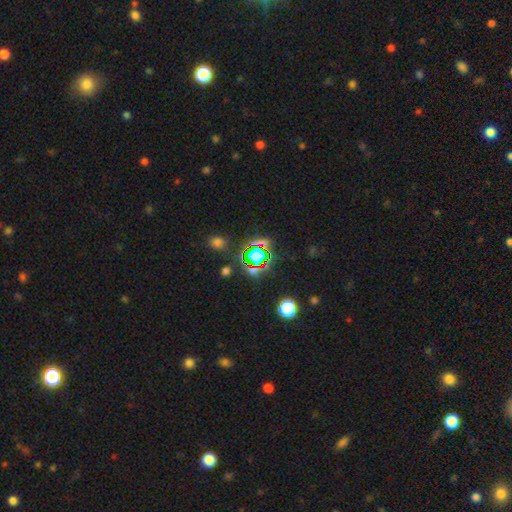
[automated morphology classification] smooth-or-featured: star or artifact: 65% | smooth: 23% | featured or disk: 11%